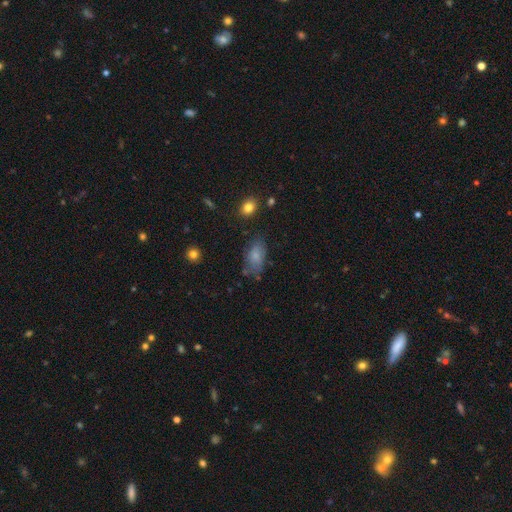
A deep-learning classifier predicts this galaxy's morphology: Overall: smooth (79%). How rounded: in between (91%). Merging: none (66%).